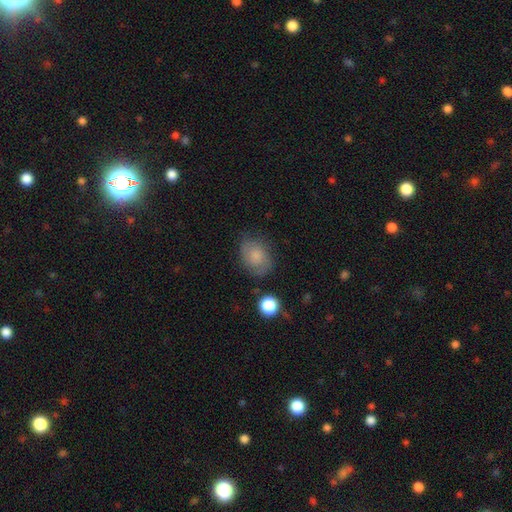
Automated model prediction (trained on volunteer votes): Smooth or featured: smooth — 67% (featured or disk — 23%)
How rounded: in between — 59% (round — 40%)
Merging: none — 69% (minor disturbance — 22%)